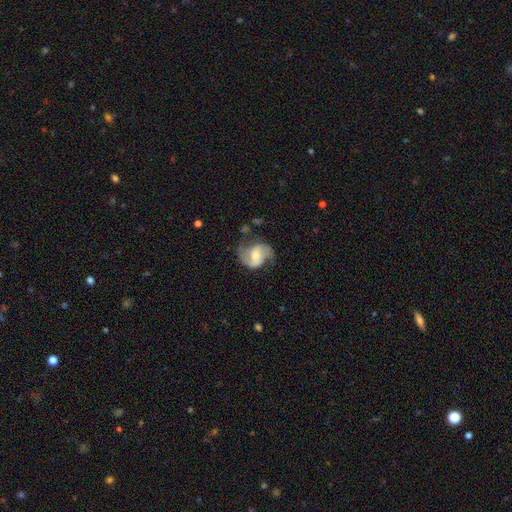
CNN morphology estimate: smooth_or_featured: featured or disk (p=0.77) [alt: smooth p=0.16]
disk_edge_on: no (p=0.97) [alt: yes p=0.03]
bar: weak (p=0.44) [alt: no p=0.35]
has_spiral_arms: yes (p=0.93) [alt: no p=0.07]
spiral_winding: medium (p=0.48) [alt: loose p=0.34]
spiral_arm_count: 2 (p=0.87) [alt: can't tell p=0.05]
bulge_size: moderate (p=0.54) [alt: small p=0.35]
merging: none (p=0.61) [alt: minor disturbance p=0.22]